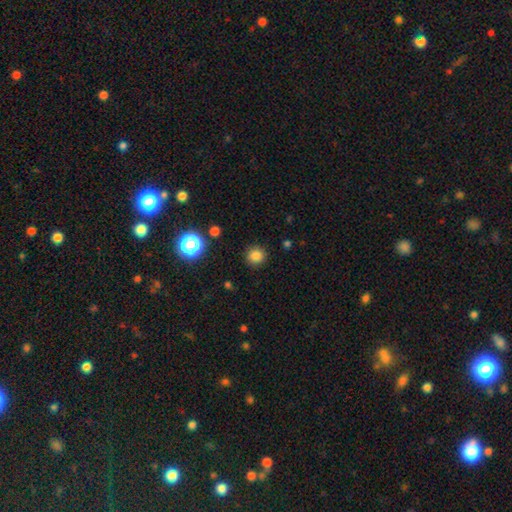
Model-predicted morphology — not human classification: Smooth or featured? smooth (82%)
How rounded? round (92%)
Merging? none (89%)